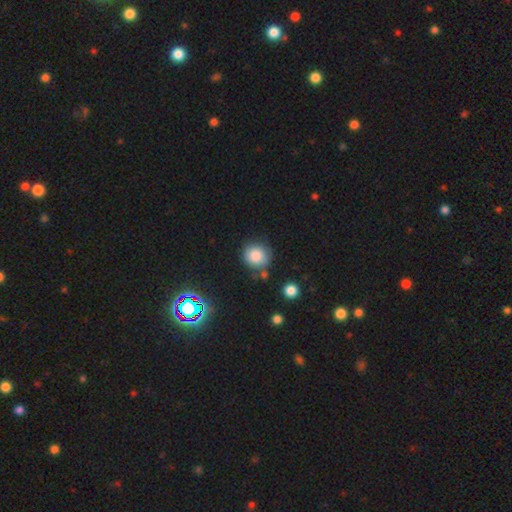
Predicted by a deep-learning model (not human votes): Smooth or featured? Predicted: smooth (p=0.82). How rounded? Predicted: round (p=0.87). Merging? Predicted: none (p=0.76).